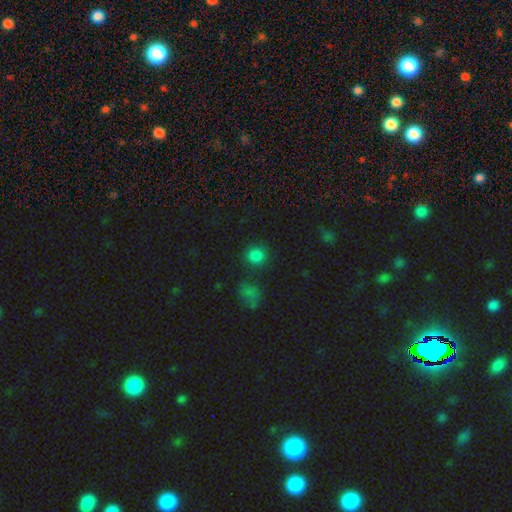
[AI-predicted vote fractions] Smooth or featured: smooth — 81% (star or artifact — 15%)
How rounded: round — 89% (in between — 10%)
Merging: none — 81% (minor disturbance — 9%)